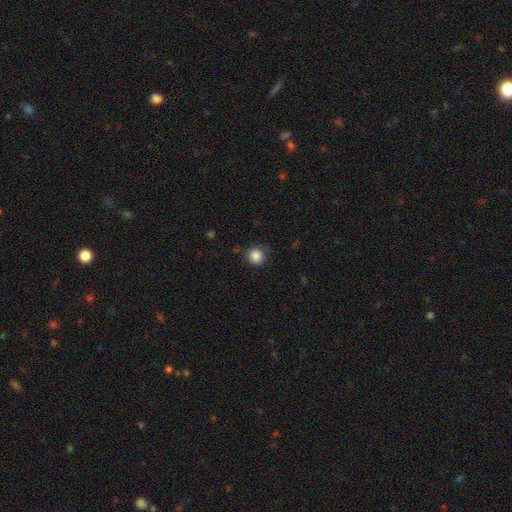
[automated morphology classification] Smooth or featured?
  - smooth: 86% *
  - star or artifact: 10%
  - featured or disk: 4%
How rounded?
  - round: 92% *
  - in between: 7%
  - cigar-shaped: 1%
Merging?
  - none: 82% *
  - minor disturbance: 13%
  - major disturbance: 3%
  - merger: 2%